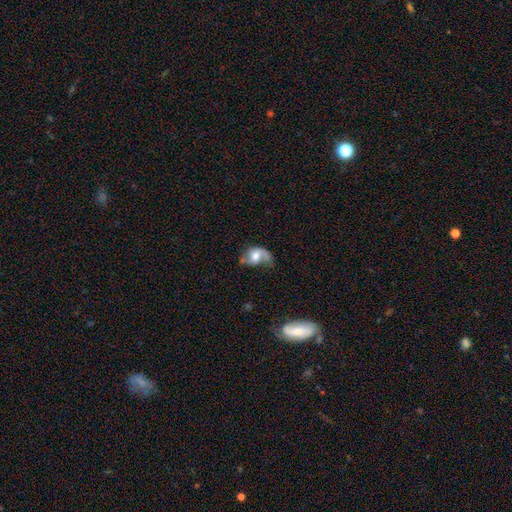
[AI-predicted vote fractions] The model was most divided on "merging": major disturbance: 34%, none: 30%, minor disturbance: 28%, merger: 7%. Remaining: edge-on disk — no (96%); spiral arms — yes (80%); bar — no (63%); smooth or featured — featured or disk (53%); bulge size — moderate (49%).